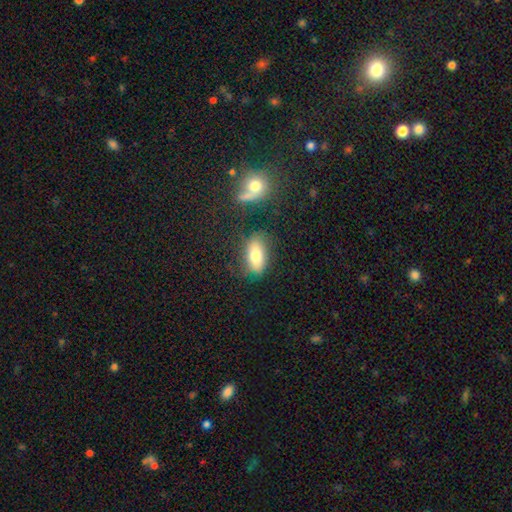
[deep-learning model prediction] smooth 74%, featured or disk 17%, star or artifact 8%. Down the decision tree: how rounded — in between (85%); merging — none (74%).